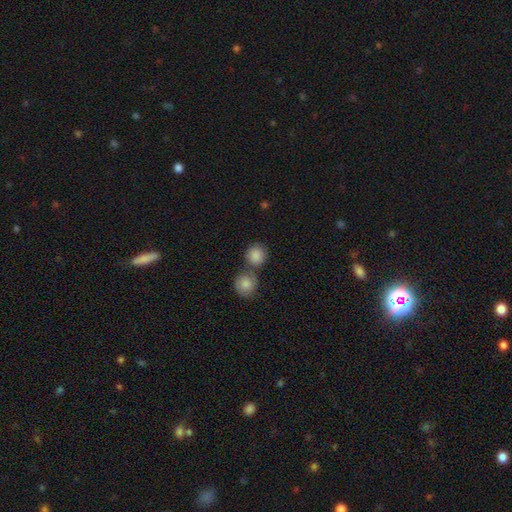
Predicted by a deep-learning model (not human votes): Smooth or featured? smooth (87%)
How rounded? round (84%)
Merging? none (51%)